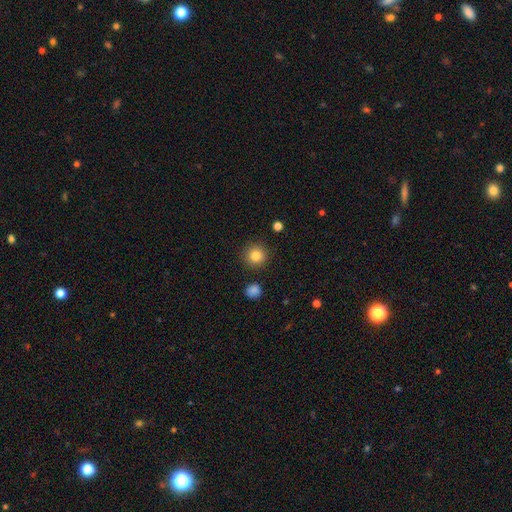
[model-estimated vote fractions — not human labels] smooth-or-featured: smooth: 84% | star or artifact: 10% | featured or disk: 5%
  how-rounded: round: 94% | in between: 5% | cigar-shaped: 1%
  merging: none: 90% | minor disturbance: 6% | major disturbance: 2% | merger: 2%